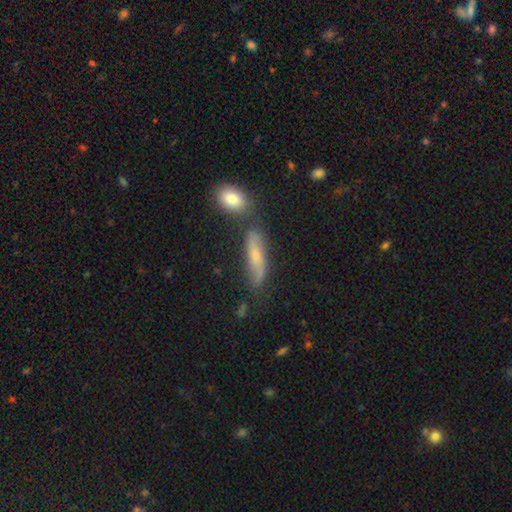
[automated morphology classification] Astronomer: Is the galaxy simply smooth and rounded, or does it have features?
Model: smooth — 51% (runner-up: featured or disk, 41%).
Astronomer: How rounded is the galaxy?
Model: cigar-shaped — 64%.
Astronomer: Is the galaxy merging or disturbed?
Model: none — 62%.